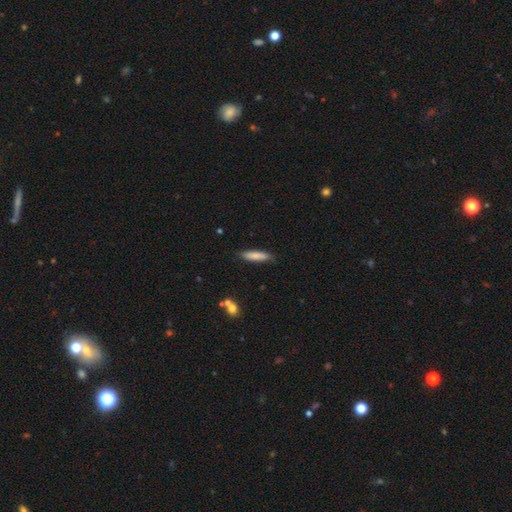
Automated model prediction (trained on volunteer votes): smooth 80%, featured or disk 14%, star or artifact 6%. Down the decision tree: how rounded — cigar-shaped (82%); merging — none (85%).